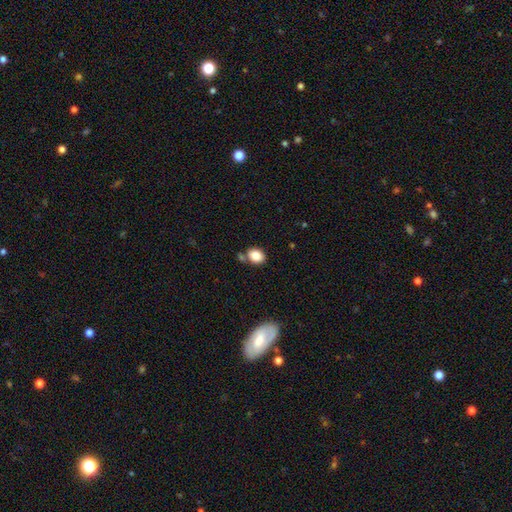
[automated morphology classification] This is clearly a smooth galaxy (84%). How rounded: likely in between (60%). Merging: likely none (67%).